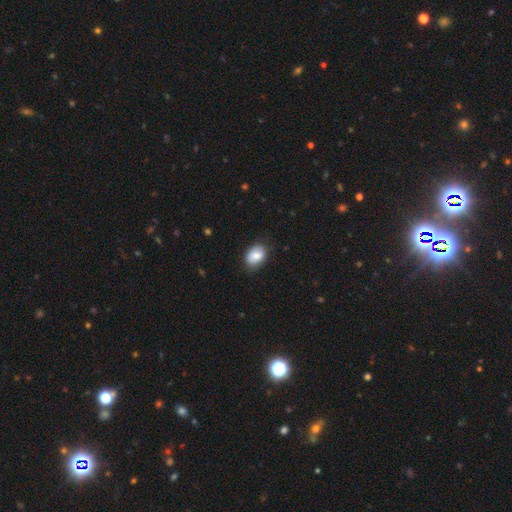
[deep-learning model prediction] The model was most divided on "how rounded": in between: 76%, round: 22%, cigar-shaped: 1%. More confident: smooth or featured — smooth (84%); merging — none (78%).